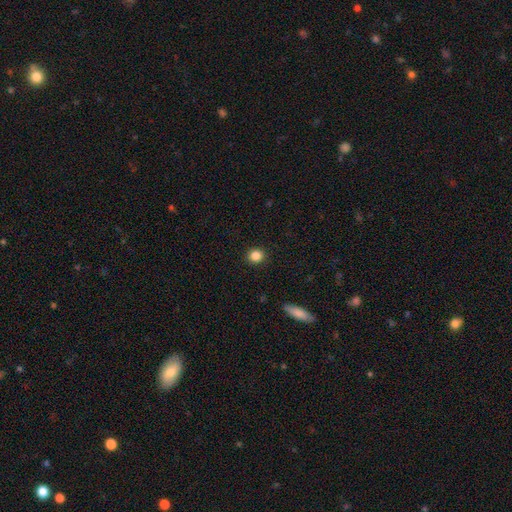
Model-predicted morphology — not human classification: smooth 85%, star or artifact 11%, featured or disk 4%. Down the decision tree: how rounded — round (88%); merging — none (91%).